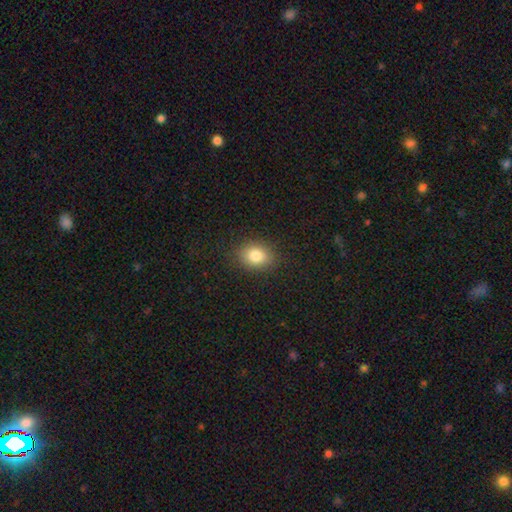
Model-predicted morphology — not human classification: The model was most divided on "how rounded": in between: 56%, round: 43%, cigar-shaped: 1%. More confident: merging — none (87%); smooth or featured — smooth (83%).